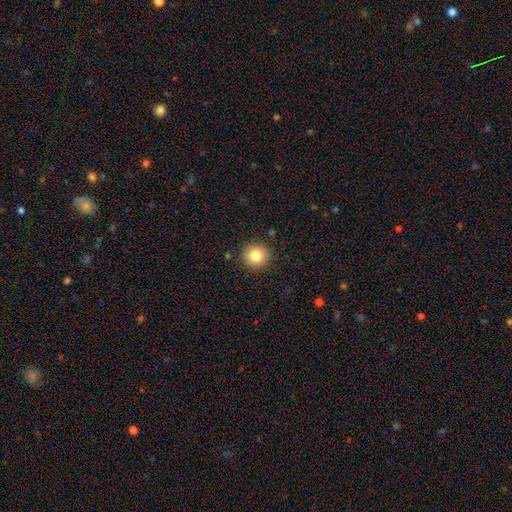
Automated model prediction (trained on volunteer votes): Smooth or featured?
  - smooth: 80% *
  - star or artifact: 11%
  - featured or disk: 8%
How rounded?
  - round: 94% *
  - in between: 5%
  - cigar-shaped: 1%
Merging?
  - none: 90% *
  - minor disturbance: 6%
  - major disturbance: 2%
  - merger: 1%